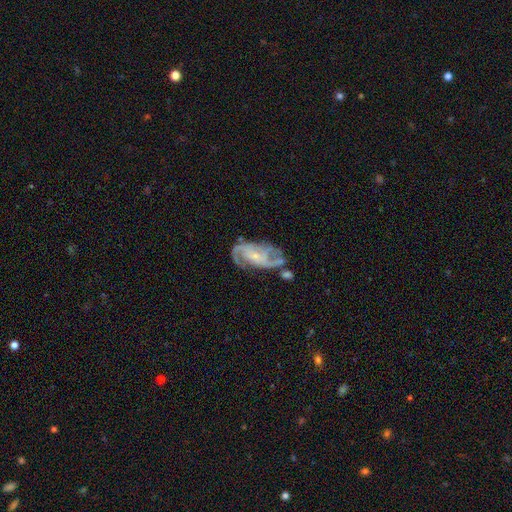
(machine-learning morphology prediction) Smooth or featured? Predicted: featured or disk (p=0.85). Edge-on disk? Predicted: no (p=0.96). Bar? Predicted: no (p=0.54). Spiral arms? Predicted: yes (p=0.95). Spiral winding? Predicted: medium (p=0.48). Spiral arm count? Predicted: 2 (p=0.60). Bulge size? Predicted: small (p=0.74). Merging? Predicted: none (p=0.52).